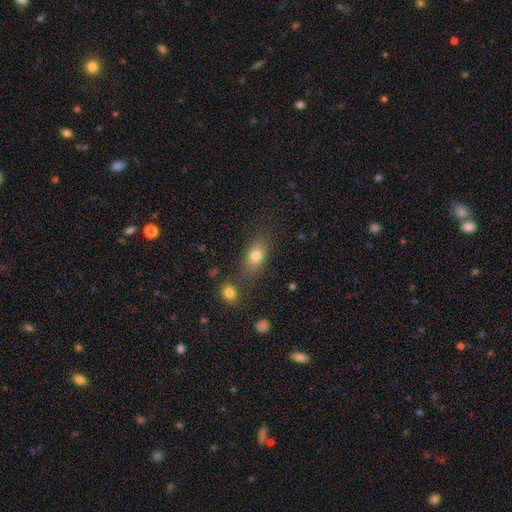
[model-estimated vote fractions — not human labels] Overall: smooth (76%). How rounded: in between (79%). Merging: none (74%).